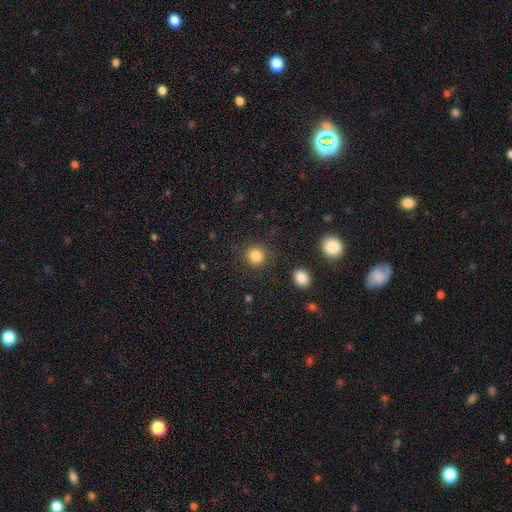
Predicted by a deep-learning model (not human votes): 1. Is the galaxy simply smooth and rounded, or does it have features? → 85% smooth, 11% star or artifact, 4% featured or disk.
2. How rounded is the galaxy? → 90% round, 9% in between, 1% cigar-shaped.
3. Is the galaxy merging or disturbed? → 87% none, 7% minor disturbance, 4% major disturbance, 2% merger.